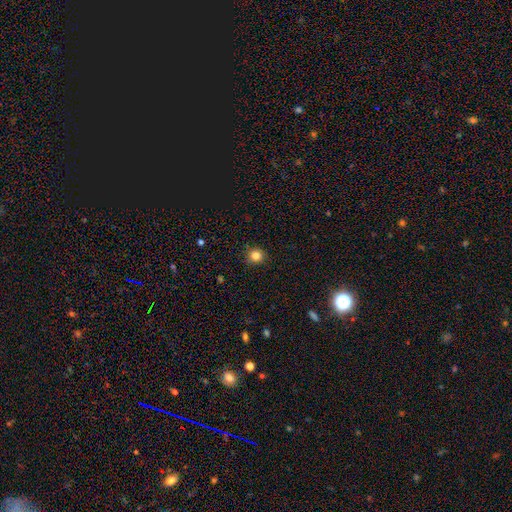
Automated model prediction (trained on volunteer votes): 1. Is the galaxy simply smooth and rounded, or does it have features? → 83% smooth, 12% star or artifact, 5% featured or disk.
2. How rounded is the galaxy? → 89% round, 10% in between, 1% cigar-shaped.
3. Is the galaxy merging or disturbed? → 89% none, 8% minor disturbance, 2% major disturbance, 1% merger.